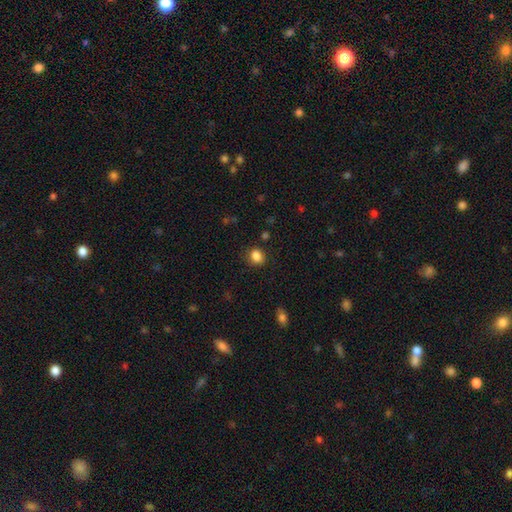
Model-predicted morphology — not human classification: smooth-or-featured: smooth: 86% | star or artifact: 10% | featured or disk: 4%
  how-rounded: round: 64% | in between: 36% | cigar-shaped: 1%
  merging: none: 85% | minor disturbance: 10% | major disturbance: 3% | merger: 2%